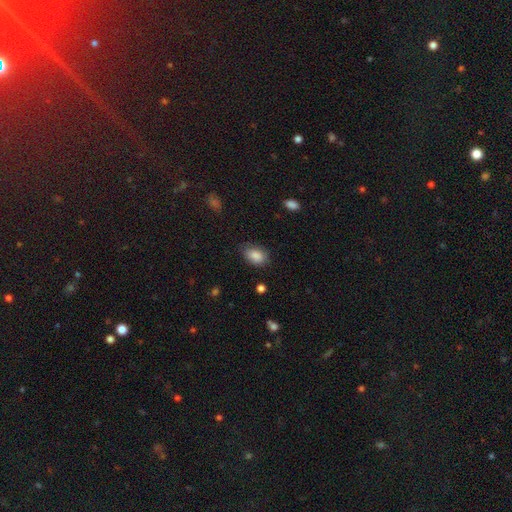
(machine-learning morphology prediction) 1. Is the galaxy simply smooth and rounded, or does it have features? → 87% smooth, 7% star or artifact, 5% featured or disk.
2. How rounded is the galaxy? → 87% in between, 12% round, 1% cigar-shaped.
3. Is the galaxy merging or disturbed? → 75% none, 19% minor disturbance, 4% major disturbance, 1% merger.